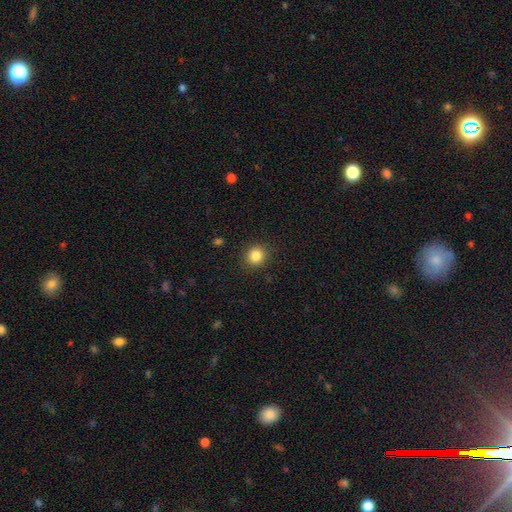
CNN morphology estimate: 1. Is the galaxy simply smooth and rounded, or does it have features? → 84% smooth, 11% star or artifact, 5% featured or disk.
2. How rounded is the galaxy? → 86% round, 13% in between, 1% cigar-shaped.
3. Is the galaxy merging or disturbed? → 90% none, 7% minor disturbance, 2% major disturbance, 1% merger.